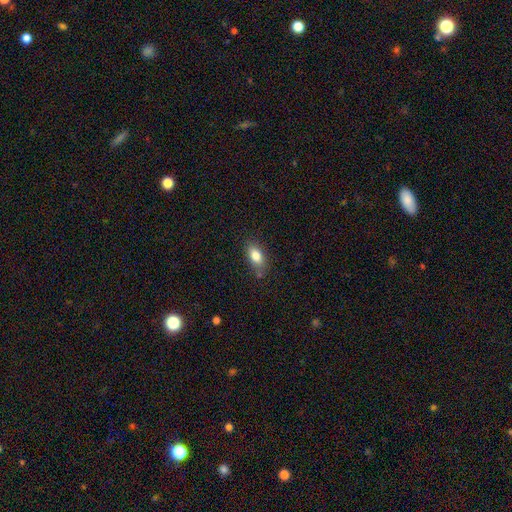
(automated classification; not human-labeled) Smooth or featured: smooth — 82% (featured or disk — 10%)
How rounded: in between — 86% (cigar-shaped — 8%)
Merging: none — 74% (minor disturbance — 18%)